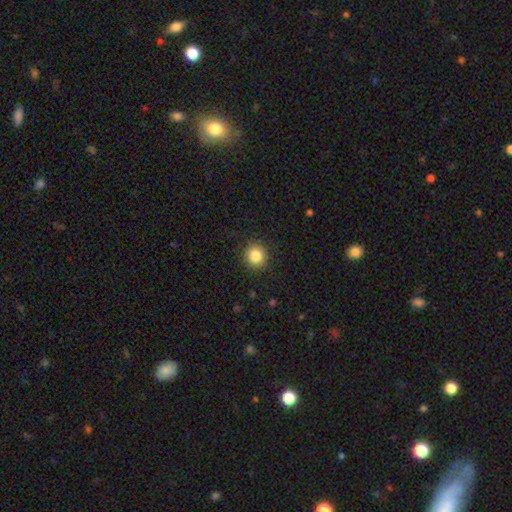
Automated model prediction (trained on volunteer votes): smooth 85%, star or artifact 10%, featured or disk 5%. Down the decision tree: how rounded — round (90%); merging — none (90%).